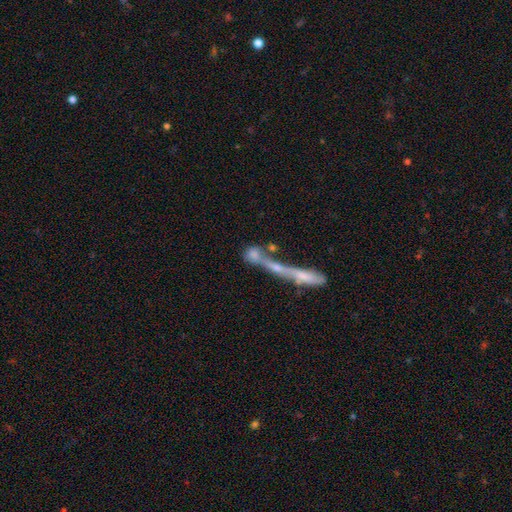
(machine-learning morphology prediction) The model was most divided on "merging": merger: 41%, none: 40%, minor disturbance: 11%, major disturbance: 8%. Remaining: smooth or featured — smooth (59%); how rounded — round (40%).